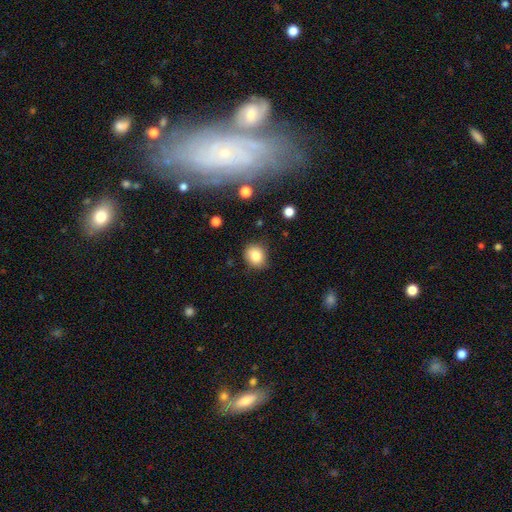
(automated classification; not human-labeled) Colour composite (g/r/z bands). It shows a smooth galaxy with no disk features (83%) that is round (72%). Merging: none (83%).